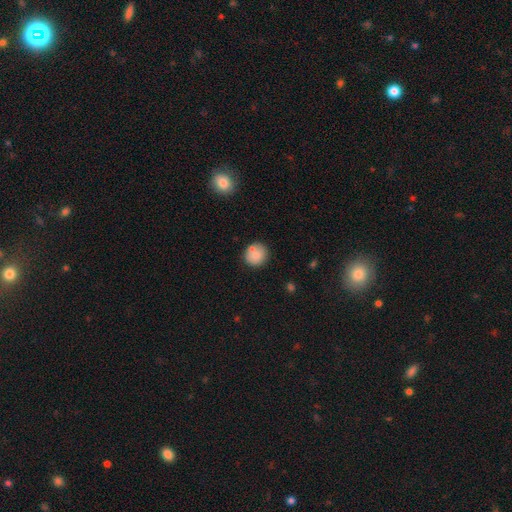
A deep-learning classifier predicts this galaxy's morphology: The model was most divided on "merging": none: 68%, merger: 15%, minor disturbance: 13%, major disturbance: 4%. More confident: how rounded — round (87%); smooth or featured — smooth (80%).